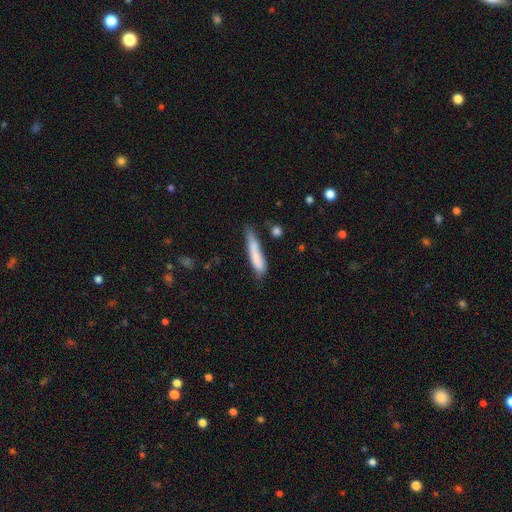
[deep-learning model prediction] Morphology: type=smooth (77%); roundness=cigar-shaped (88%); merging=none (56%).